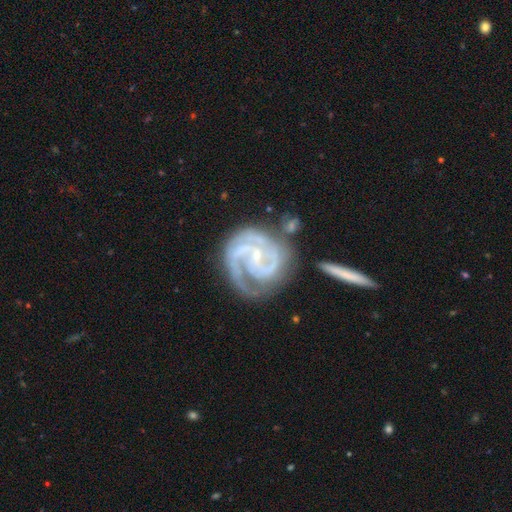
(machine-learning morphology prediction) Smooth or featured?
  - featured or disk: 92% *
  - star or artifact: 5%
  - smooth: 4%
Edge-on disk?
  - no: 98% *
  - yes: 2%
Bar?
  - no: 47% *
  - weak: 36%
  - strong: 17%
Spiral arms?
  - yes: 98% *
  - no: 2%
Spiral winding?
  - tight: 59% *
  - medium: 36%
  - loose: 5%
Spiral arm count?
  - 2: 55% *
  - 3: 25%
  - can't tell: 8%
  - 1: 4%
  - 4: 4%
  - more than 4: 3%
Bulge size?
  - small: 79% *
  - moderate: 15%
  - none: 4%
  - large: 1%
  - dominant: 1%
Merging?
  - none: 56% *
  - minor disturbance: 21%
  - major disturbance: 12%
  - merger: 10%